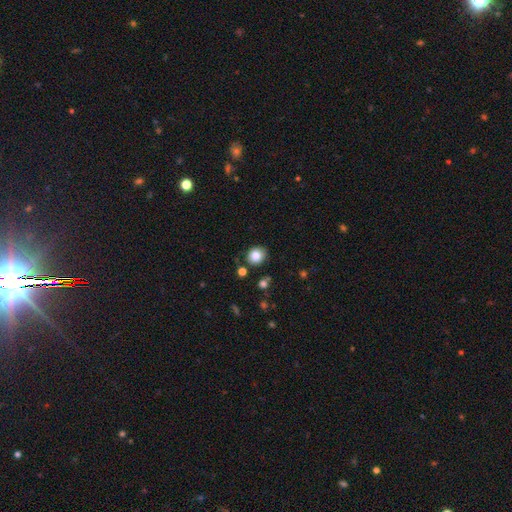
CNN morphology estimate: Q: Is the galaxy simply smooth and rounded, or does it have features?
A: smooth — 83%.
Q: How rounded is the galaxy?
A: round — 77%.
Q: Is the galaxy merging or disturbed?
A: none — 83%.